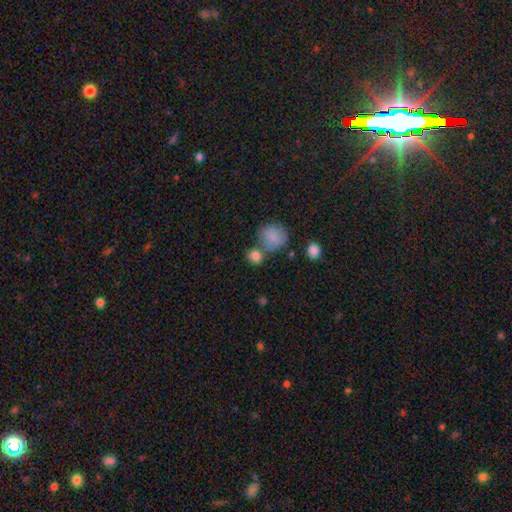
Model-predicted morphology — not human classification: A smooth galaxy with no disk features (83%) that is round (75%). Merging: none (55%).